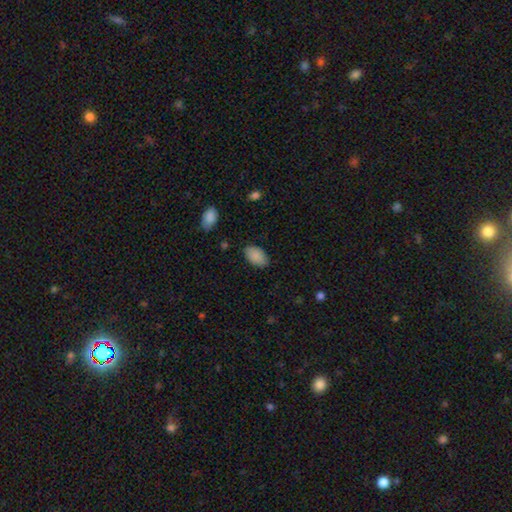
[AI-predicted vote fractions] smooth-or-featured: smooth: 89% | star or artifact: 7% | featured or disk: 4%
  how-rounded: in between: 93% | round: 6% | cigar-shaped: 1%
  merging: none: 85% | minor disturbance: 11% | major disturbance: 3% | merger: 1%